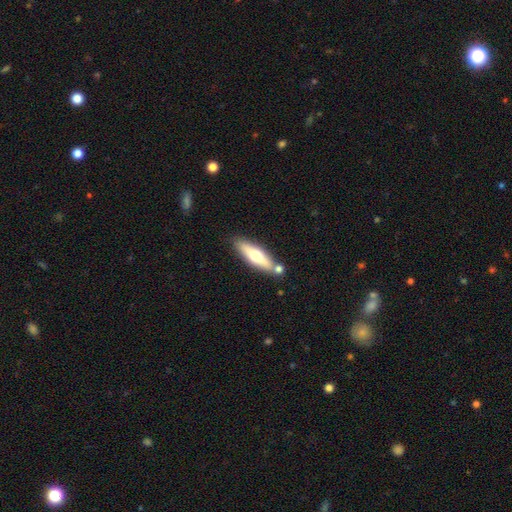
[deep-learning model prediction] A smooth galaxy with no disk features (53%) that is cigar-shaped (63%).

Vote fractions:
- Smooth or featured? smooth: 53% / featured or disk: 42% / star or artifact: 6%
- How rounded? cigar-shaped: 63% / in between: 35% / round: 2%
- Merging? none: 72% / merger: 14% / minor disturbance: 11% / major disturbance: 3%